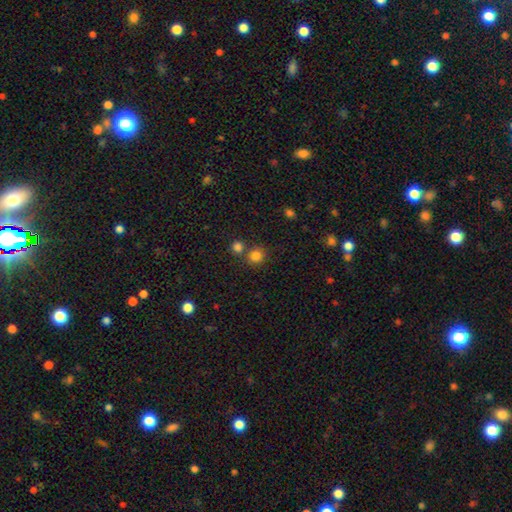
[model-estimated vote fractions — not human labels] smooth 81%, star or artifact 14%, featured or disk 5%. Down the decision tree: how rounded — round (88%); merging — none (68%).